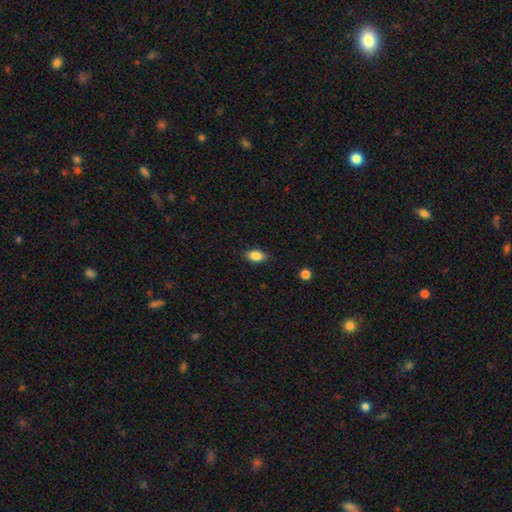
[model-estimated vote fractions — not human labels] Morphology: type=smooth (86%); roundness=in between (89%); merging=none (86%).